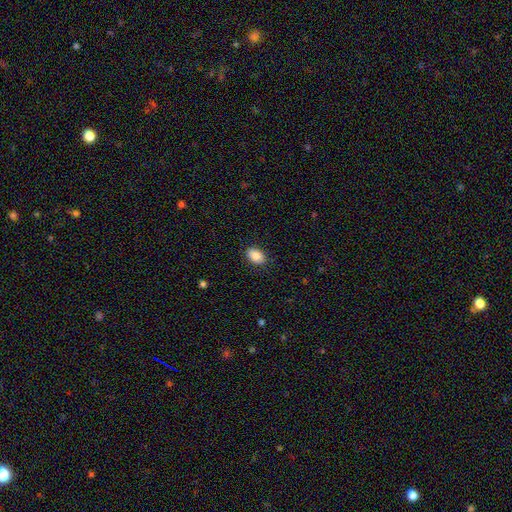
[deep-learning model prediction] Smooth or featured: smooth — 87% (star or artifact — 8%)
How rounded: in between — 84% (round — 15%)
Merging: none — 87% (minor disturbance — 10%)